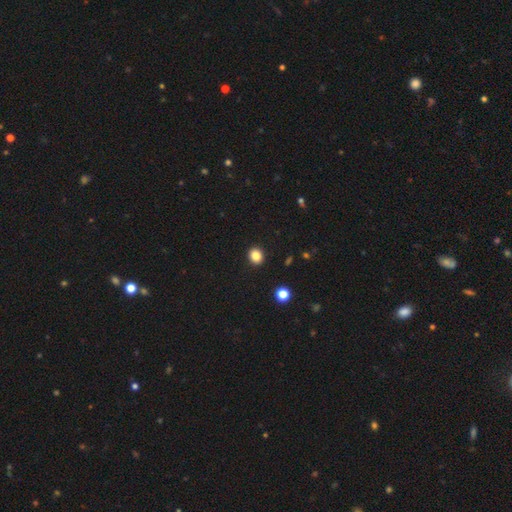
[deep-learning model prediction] Morphology: type=smooth (84%); roundness=round (70%); merging=none (92%).